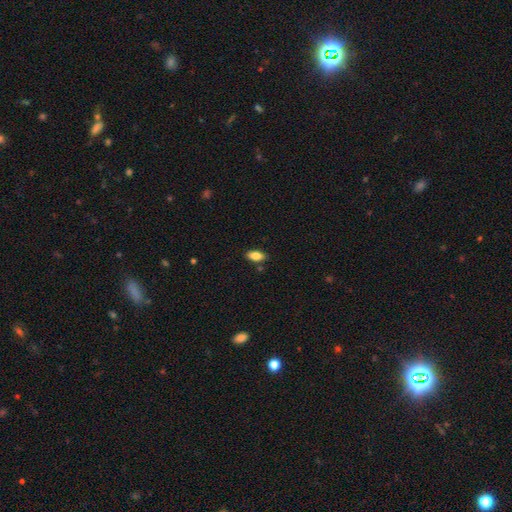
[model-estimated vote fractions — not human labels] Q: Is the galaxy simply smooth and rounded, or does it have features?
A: smooth — 83%.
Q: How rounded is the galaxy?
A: in between — 89%.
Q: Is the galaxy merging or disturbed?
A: none — 85%.